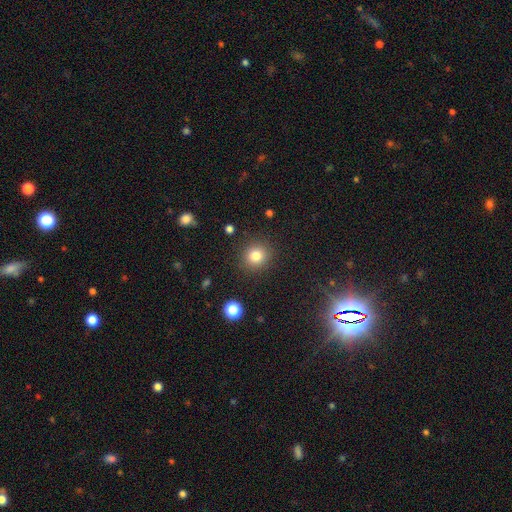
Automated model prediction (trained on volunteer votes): smooth-or-featured: smooth: 81% | star or artifact: 12% | featured or disk: 7%
  how-rounded: round: 87% | in between: 12% | cigar-shaped: 1%
  merging: none: 89% | minor disturbance: 7% | major disturbance: 3% | merger: 2%